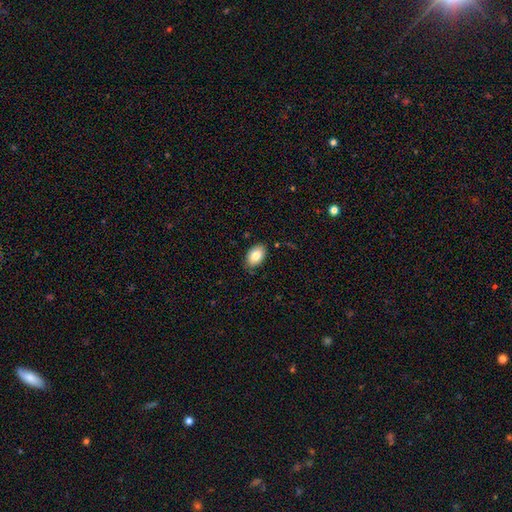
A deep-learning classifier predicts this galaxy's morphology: smooth_or_featured: smooth (p=0.81) [alt: featured or disk p=0.12]
how_rounded: in between (p=0.91) [alt: round p=0.08]
merging: none (p=0.83) [alt: minor disturbance p=0.13]